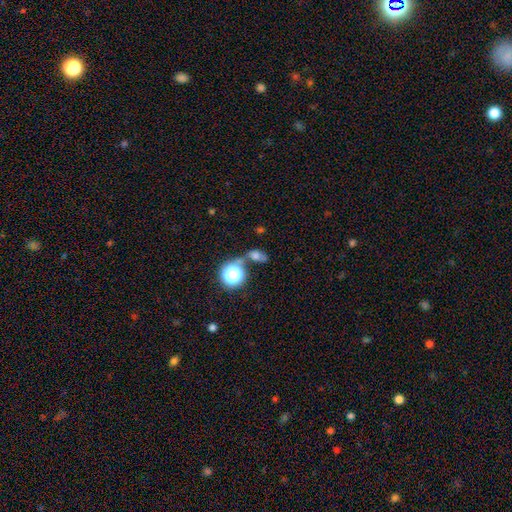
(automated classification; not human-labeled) A smooth galaxy with no disk features (61%) that is in between round and cigar-shaped (68%). Merging: none (41%).